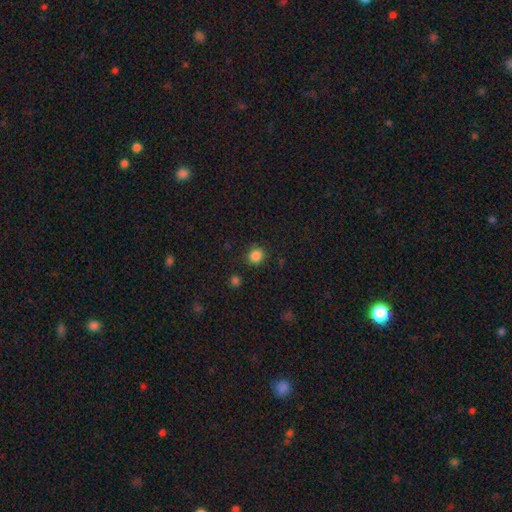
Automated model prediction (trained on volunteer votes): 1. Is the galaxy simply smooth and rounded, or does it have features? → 85% smooth, 12% star or artifact, 3% featured or disk.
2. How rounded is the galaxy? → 85% round, 14% in between, 1% cigar-shaped.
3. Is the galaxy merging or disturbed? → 87% none, 8% minor disturbance, 3% major disturbance, 2% merger.